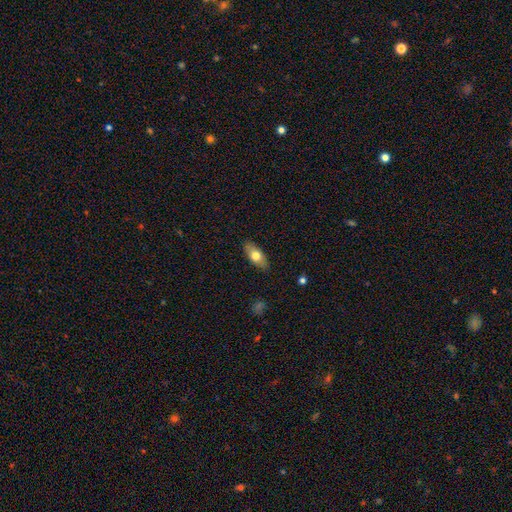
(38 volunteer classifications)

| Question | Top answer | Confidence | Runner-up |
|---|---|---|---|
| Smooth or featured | smooth | 71% | featured or disk (24%) |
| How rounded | in between | 89% | cigar-shaped (7%) |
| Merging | none | 92% | minor disturbance (6%) |